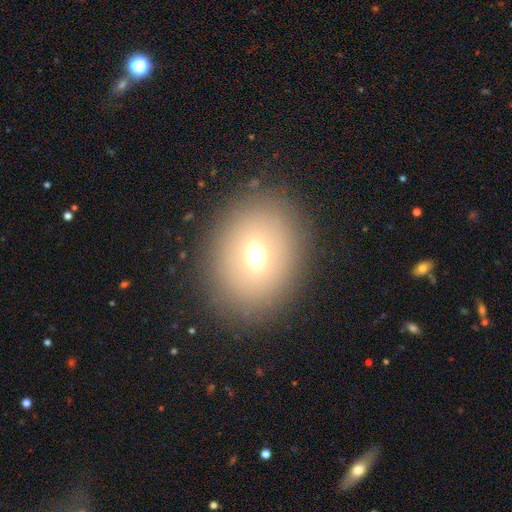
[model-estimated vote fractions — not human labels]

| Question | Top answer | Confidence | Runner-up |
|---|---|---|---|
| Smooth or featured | smooth | 63% | featured or disk (19%) |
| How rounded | round | 54% | in between (45%) |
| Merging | none | 85% | minor disturbance (8%) |